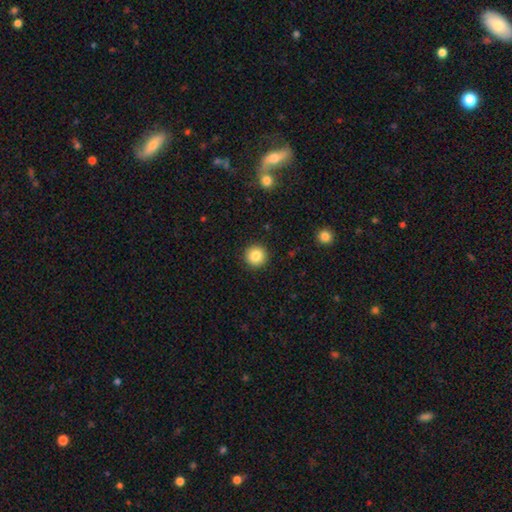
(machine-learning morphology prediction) smooth 85%, star or artifact 10%, featured or disk 6%. Down the decision tree: how rounded — round (95%); merging — none (92%).